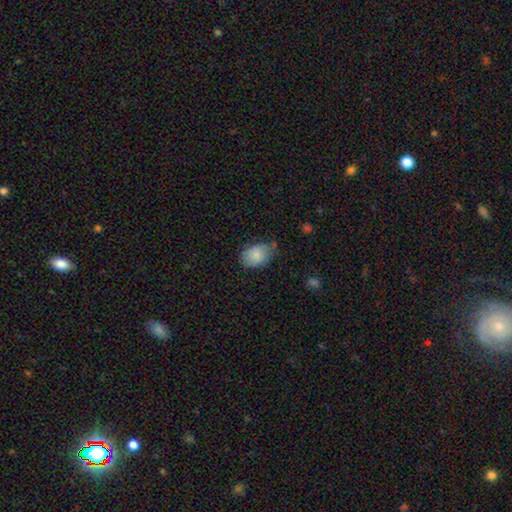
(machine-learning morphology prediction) Smooth or featured? smooth (85%)
How rounded? in between (81%)
Merging? none (58%)